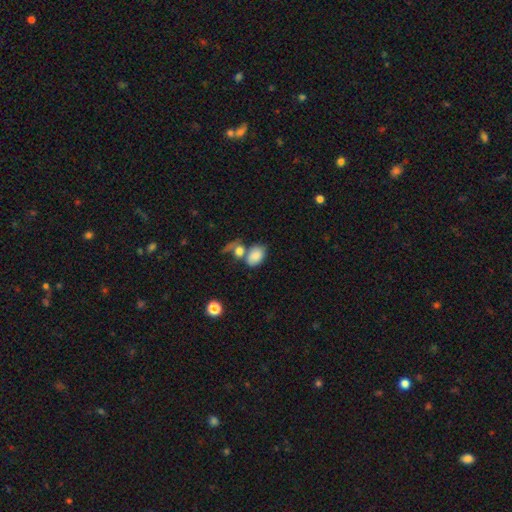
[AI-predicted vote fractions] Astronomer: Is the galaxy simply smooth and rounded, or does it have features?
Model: smooth — 81%.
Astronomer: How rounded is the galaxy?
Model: in between — 82%.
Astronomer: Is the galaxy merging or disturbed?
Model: merger — 39% (runner-up: none, 37%).